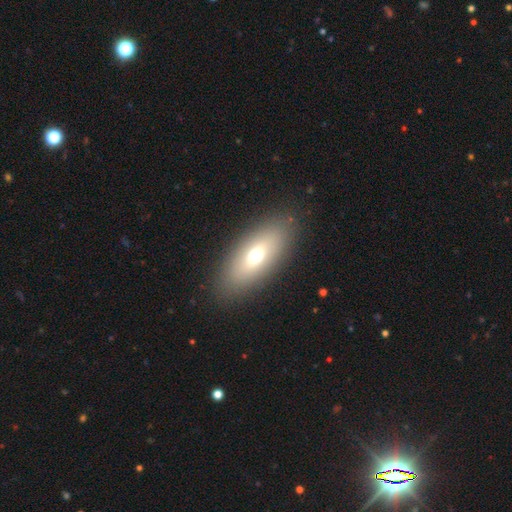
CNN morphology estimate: Smooth or featured? smooth (63%)
How rounded? in between (80%)
Merging? none (87%)